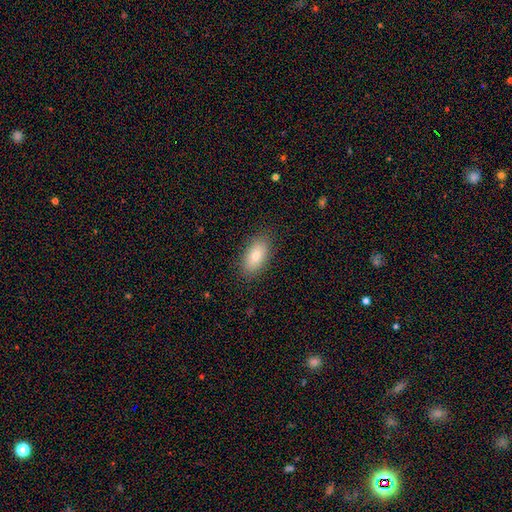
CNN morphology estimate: The model was most divided on "smooth or featured": smooth: 81%, featured or disk: 12%, star or artifact: 7%. More confident: how rounded — in between (92%); merging — none (86%).